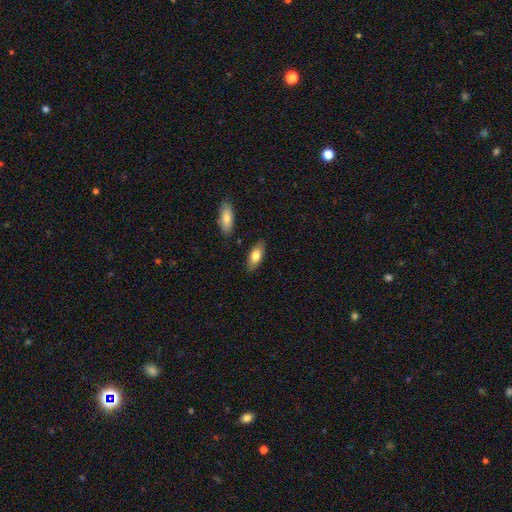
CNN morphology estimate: The model was most divided on "smooth or featured": smooth: 76%, featured or disk: 18%, star or artifact: 6%. More confident: how rounded — in between (85%); merging — none (84%).